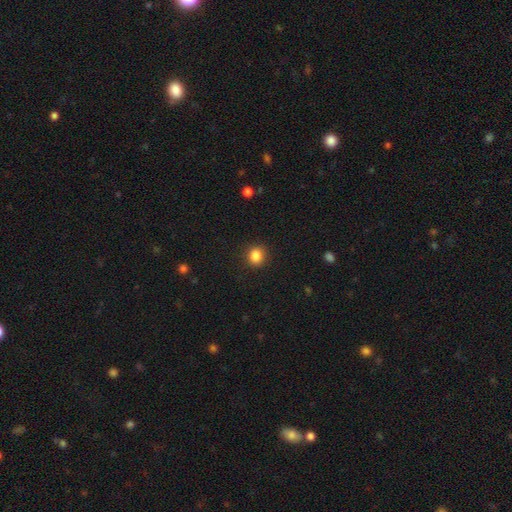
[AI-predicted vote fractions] The model was most divided on "how rounded": round: 79%, in between: 20%, cigar-shaped: 1%. More confident: merging — none (89%); smooth or featured — smooth (86%).